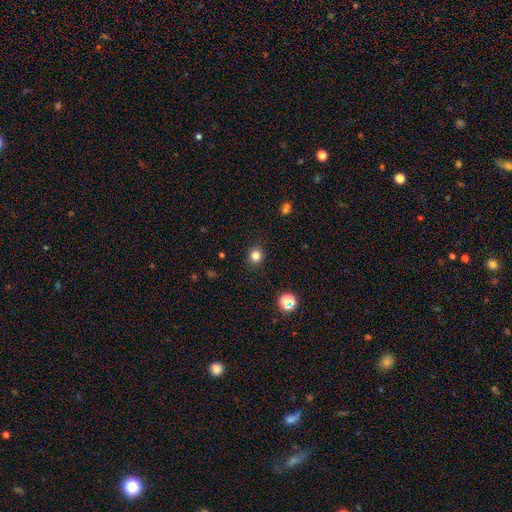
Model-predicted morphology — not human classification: Smooth or featured?
  - smooth: 81% *
  - star or artifact: 14%
  - featured or disk: 5%
How rounded?
  - round: 87% *
  - in between: 12%
  - cigar-shaped: 1%
Merging?
  - none: 91% *
  - minor disturbance: 6%
  - major disturbance: 2%
  - merger: 1%